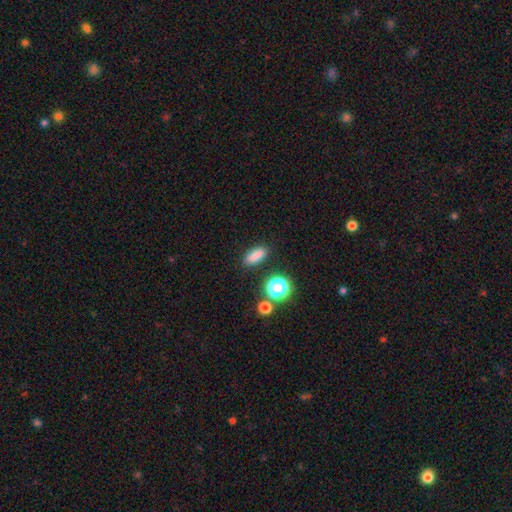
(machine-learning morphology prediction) The model was most divided on "how rounded": in between: 61%, cigar-shaped: 26%, round: 13%. More confident: merging — none (86%); smooth or featured — smooth (81%).